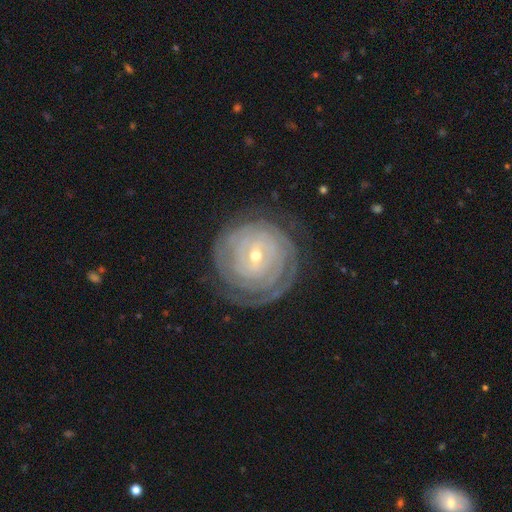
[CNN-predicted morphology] Smooth or featured?
  - featured or disk: 84% *
  - smooth: 10%
  - star or artifact: 6%
Edge-on disk?
  - no: 97% *
  - yes: 3%
Bar?
  - no: 45% *
  - weak: 39%
  - strong: 16%
Spiral arms?
  - yes: 94% *
  - no: 6%
Spiral winding?
  - tight: 88% *
  - medium: 9%
  - loose: 3%
Spiral arm count?
  - can't tell: 41% *
  - 2: 18%
  - 3: 13%
  - 4: 12%
  - more than 4: 8%
  - 1: 7%
Bulge size?
  - small: 62% *
  - moderate: 35%
  - large: 1%
  - none: 1%
  - dominant: 1%
Merging?
  - none: 77% *
  - minor disturbance: 14%
  - major disturbance: 7%
  - merger: 1%